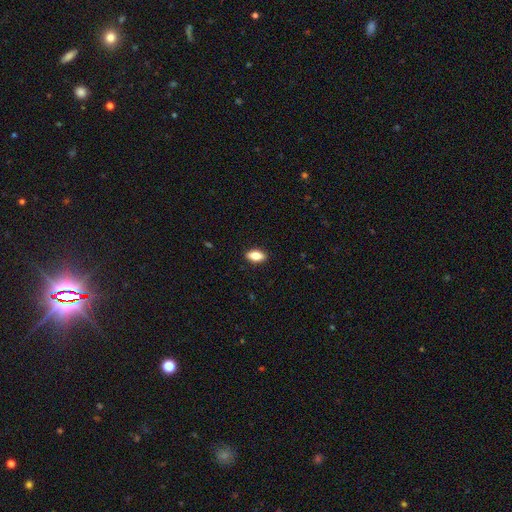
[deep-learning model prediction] The model was most divided on "smooth or featured": smooth: 79%, featured or disk: 14%, star or artifact: 7%. More confident: merging — none (90%); how rounded — in between (87%).